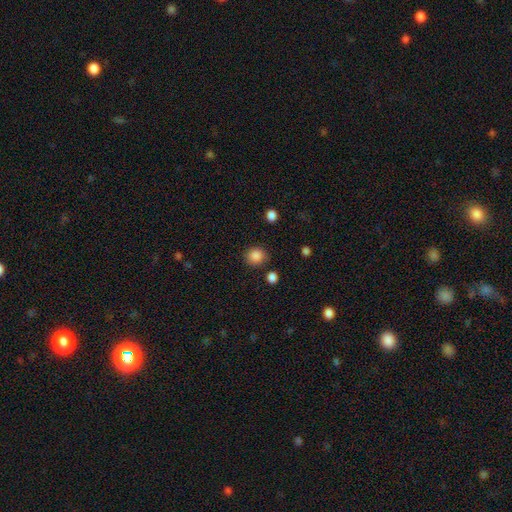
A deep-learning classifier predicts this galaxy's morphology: type=smooth (87%); roundness=round (86%); merging=none (85%).